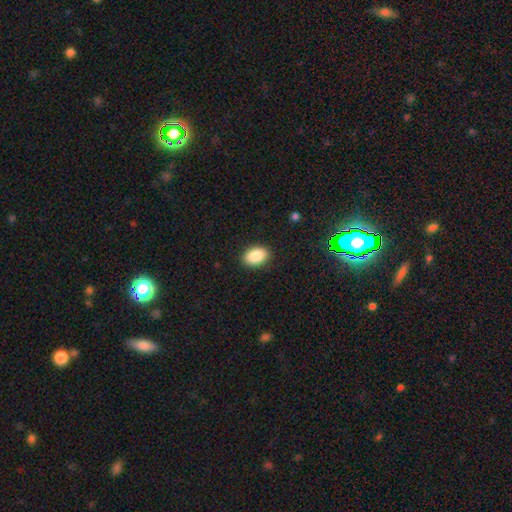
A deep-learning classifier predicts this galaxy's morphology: Smooth or featured: smooth — 88% (star or artifact — 7%)
How rounded: in between — 87% (round — 12%)
Merging: none — 89% (minor disturbance — 8%)